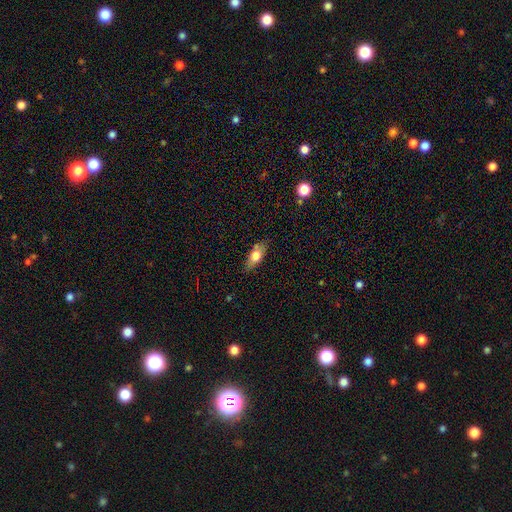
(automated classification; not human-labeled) Smooth or featured? Predicted: smooth (p=0.69). How rounded? Predicted: in between (p=0.75). Merging? Predicted: none (p=0.80).